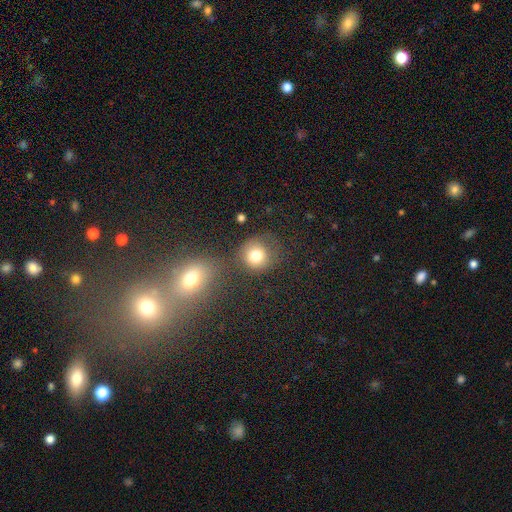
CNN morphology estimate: Q: Smooth or featured?
A: smooth (78%); runner-up: star or artifact (11%)
Q: How rounded?
A: round (85%); runner-up: in between (14%)
Q: Merging?
A: none (63%); runner-up: merger (15%)